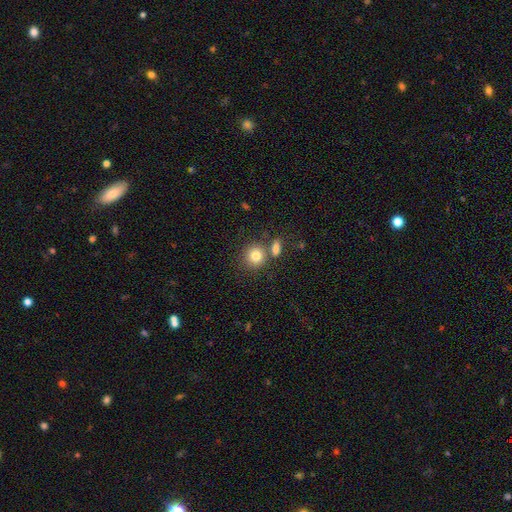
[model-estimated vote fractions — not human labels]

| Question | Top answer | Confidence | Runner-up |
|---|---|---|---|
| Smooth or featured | smooth | 82% | star or artifact (10%) |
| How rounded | round | 85% | in between (14%) |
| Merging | none | 66% | merger (21%) |